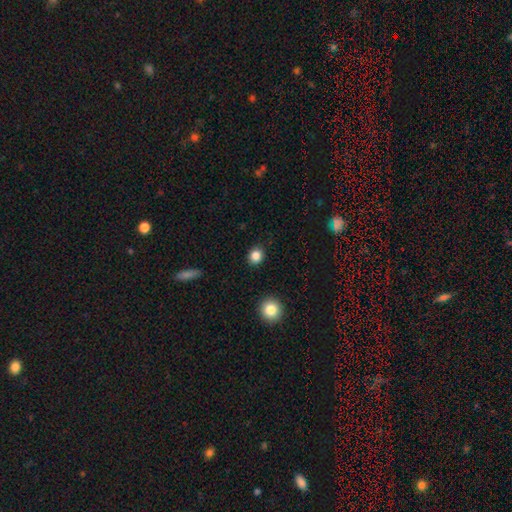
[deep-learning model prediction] A smooth galaxy with no disk features (85%) that is round (78%). Merging: none (90%).